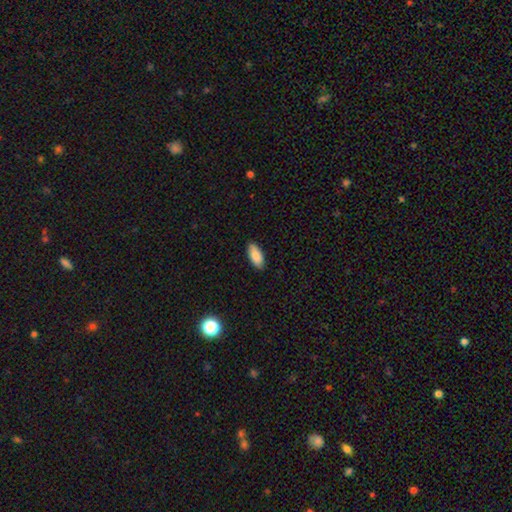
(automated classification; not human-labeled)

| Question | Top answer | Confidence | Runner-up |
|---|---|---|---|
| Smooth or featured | smooth | 88% | star or artifact (6%) |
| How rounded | in between | 88% | cigar-shaped (10%) |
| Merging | none | 88% | minor disturbance (9%) |